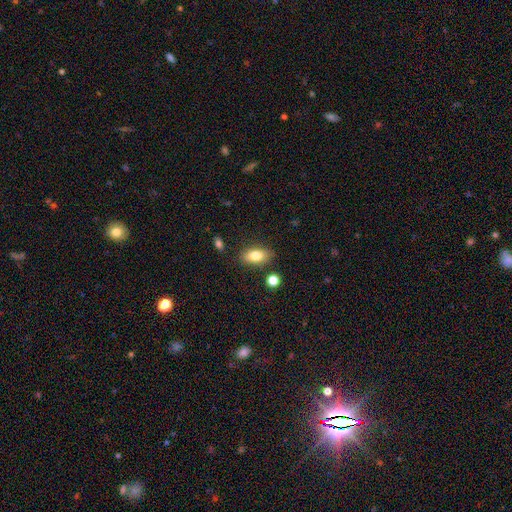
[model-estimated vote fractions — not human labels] Q: Smooth or featured?
A: smooth (80%); runner-up: featured or disk (12%)
Q: How rounded?
A: in between (87%); runner-up: cigar-shaped (7%)
Q: Merging?
A: none (82%); runner-up: minor disturbance (11%)